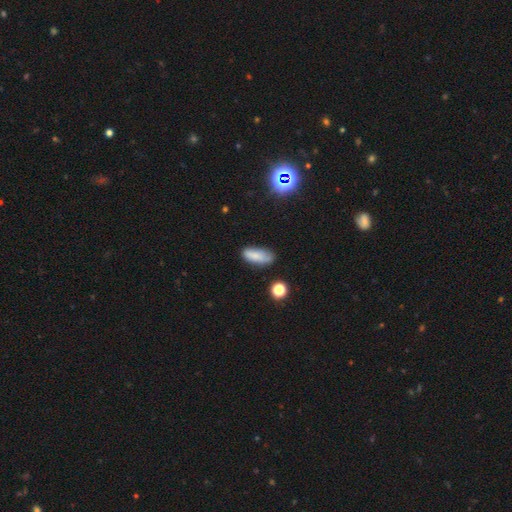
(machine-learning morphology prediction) smooth 77%, featured or disk 12%, star or artifact 10%. Down the decision tree: how rounded — in between (78%); merging — none (65%).